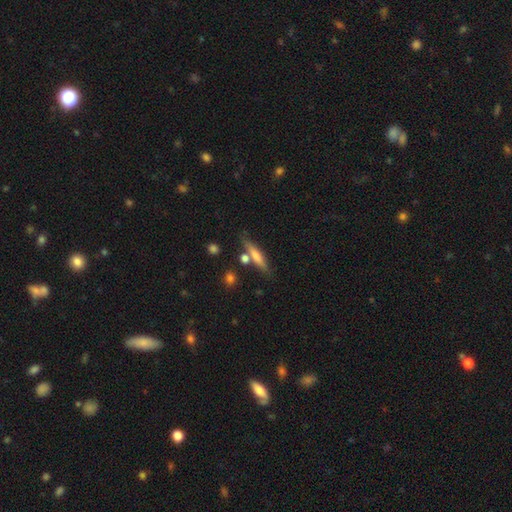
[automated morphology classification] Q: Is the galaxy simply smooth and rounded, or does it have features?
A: smooth — 55%.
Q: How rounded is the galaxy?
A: cigar-shaped — 85%.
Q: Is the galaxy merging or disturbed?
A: none — 74%.